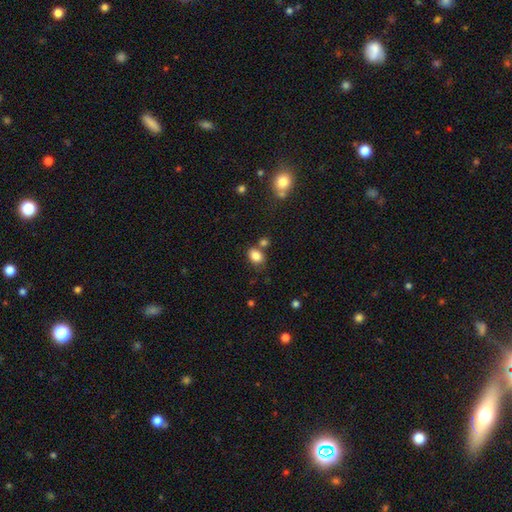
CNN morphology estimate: The model was most divided on "how rounded": in between: 71%, round: 28%, cigar-shaped: 1%. More confident: smooth or featured — smooth (84%); merging — none (63%).